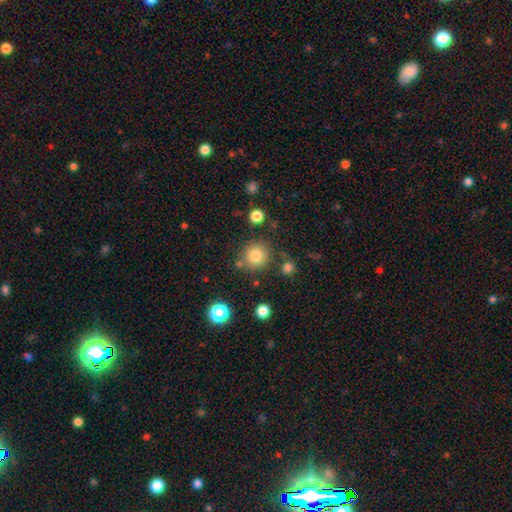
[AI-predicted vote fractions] The model was most divided on "smooth or featured": smooth: 81%, star or artifact: 12%, featured or disk: 7%. More confident: how rounded — round (92%); merging — none (80%).